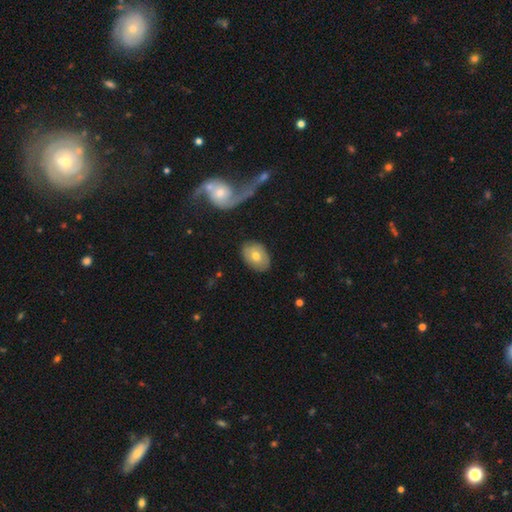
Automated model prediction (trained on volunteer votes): smooth 65%, featured or disk 29%, star or artifact 6%. Down the decision tree: how rounded — in between (80%); merging — none (82%).